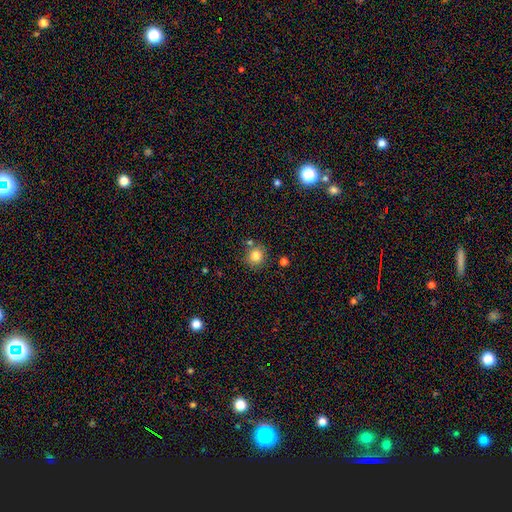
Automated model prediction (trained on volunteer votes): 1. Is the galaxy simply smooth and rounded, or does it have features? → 83% smooth, 11% star or artifact, 6% featured or disk.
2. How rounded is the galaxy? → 89% round, 10% in between, 1% cigar-shaped.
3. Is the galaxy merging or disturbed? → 77% none, 11% minor disturbance, 9% merger, 3% major disturbance.